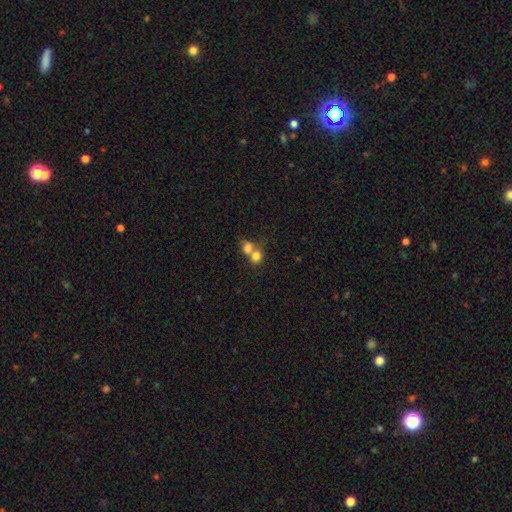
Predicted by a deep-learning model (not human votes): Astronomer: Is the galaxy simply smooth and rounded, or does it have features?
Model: smooth — 77%.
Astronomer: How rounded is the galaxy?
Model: round — 66%.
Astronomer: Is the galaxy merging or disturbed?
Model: merger — 64%.